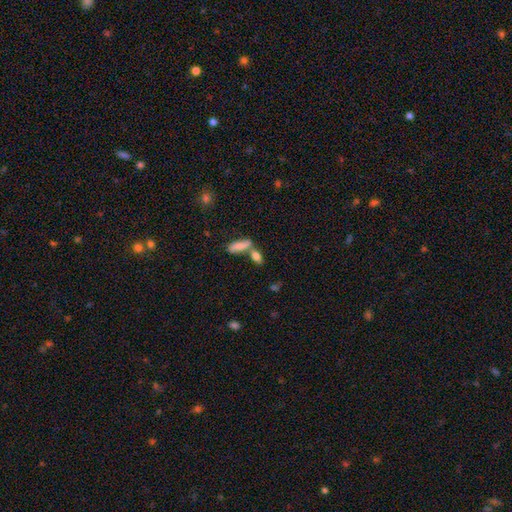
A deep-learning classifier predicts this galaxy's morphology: smooth-or-featured: smooth: 78% | featured or disk: 12% | star or artifact: 9%
  how-rounded: in between: 68% | cigar-shaped: 26% | round: 6%
  merging: merger: 45% | none: 42% | minor disturbance: 9% | major disturbance: 4%